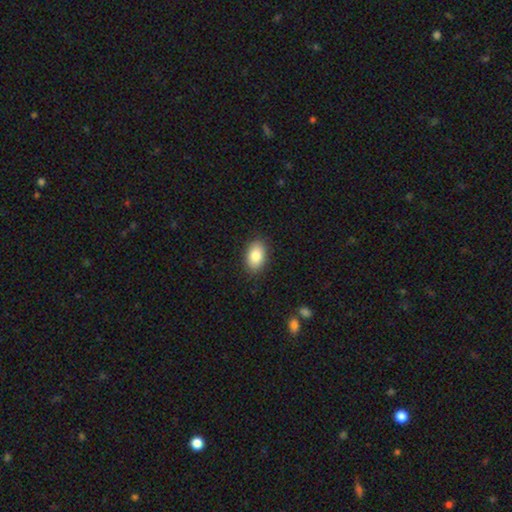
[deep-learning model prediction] This appears to be a smooth galaxy with no disk features (85%) that is in between round and cigar-shaped (89%). Merging: none (88%).